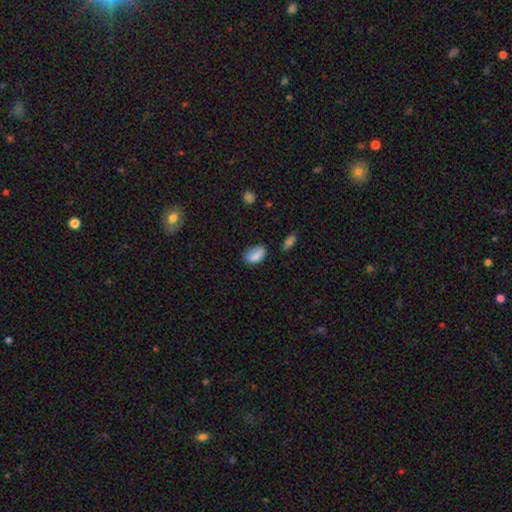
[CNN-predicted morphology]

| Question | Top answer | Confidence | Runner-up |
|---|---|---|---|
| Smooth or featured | smooth | 82% | star or artifact (9%) |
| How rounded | in between | 89% | round (8%) |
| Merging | none | 56% | minor disturbance (31%) |